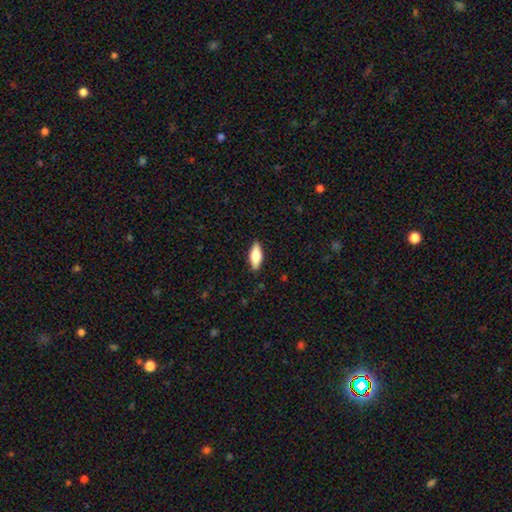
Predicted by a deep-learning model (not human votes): Smooth or featured? Predicted: smooth (p=0.67). How rounded? Predicted: in between (p=0.69). Merging? Predicted: none (p=0.88).